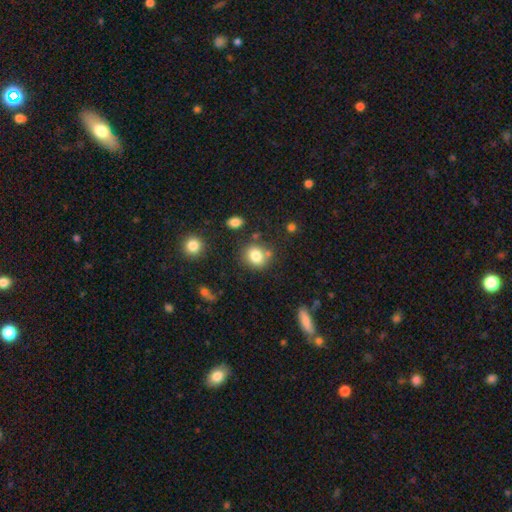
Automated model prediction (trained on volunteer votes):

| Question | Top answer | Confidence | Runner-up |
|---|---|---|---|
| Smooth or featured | smooth | 81% | star or artifact (11%) |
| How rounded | round | 71% | in between (28%) |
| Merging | none | 72% | minor disturbance (13%) |